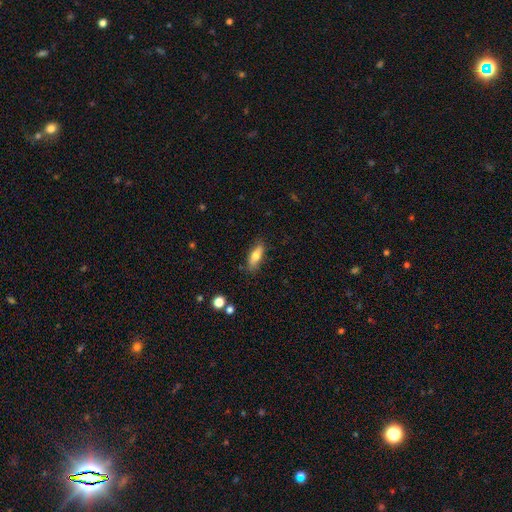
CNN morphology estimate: Overall: smooth (69%). How rounded: in between (59%; cigar-shaped 38%). Merging: none (82%).